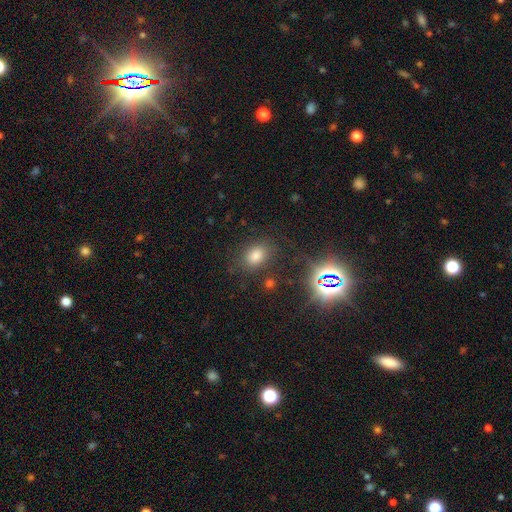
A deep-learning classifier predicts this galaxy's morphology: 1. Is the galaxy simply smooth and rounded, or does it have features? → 68% smooth, 24% star or artifact, 8% featured or disk.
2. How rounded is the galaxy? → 69% in between, 30% round, 2% cigar-shaped.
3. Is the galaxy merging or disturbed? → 81% none, 11% minor disturbance, 5% major disturbance, 3% merger.